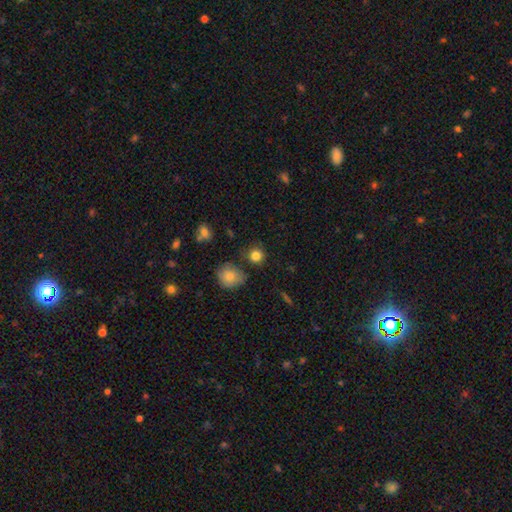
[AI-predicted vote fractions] Smooth or featured: smooth — 83% (star or artifact — 11%)
How rounded: round — 90% (in between — 9%)
Merging: none — 79% (minor disturbance — 11%)